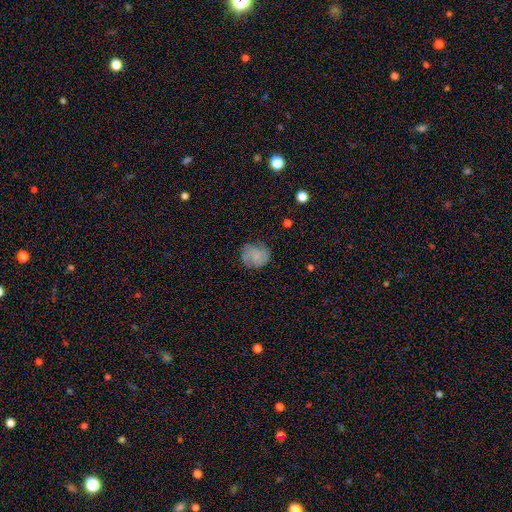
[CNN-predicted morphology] smooth-or-featured: smooth: 57% | featured or disk: 32% | star or artifact: 10%
  how-rounded: round: 74% | in between: 25% | cigar-shaped: 1%
  merging: none: 68% | minor disturbance: 22% | major disturbance: 9% | merger: 1%